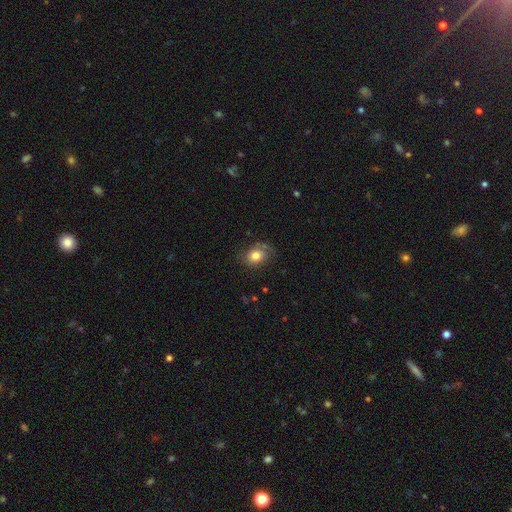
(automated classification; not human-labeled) This appears to be a smooth galaxy with no disk features (69%) that is in between round and cigar-shaped (54%). Merging: none (64%).